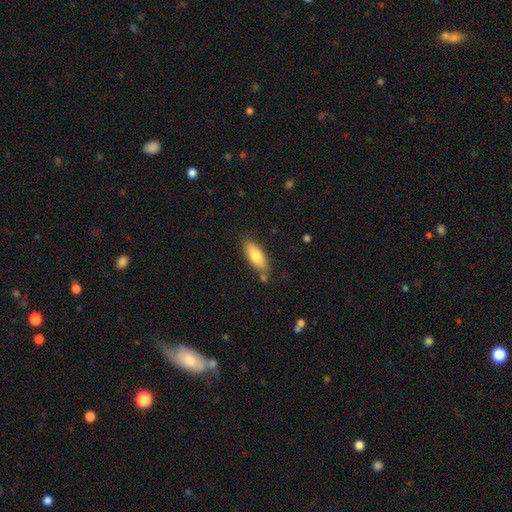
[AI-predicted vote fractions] Smooth or featured: smooth — 78% (featured or disk — 15%)
How rounded: in between — 76% (cigar-shaped — 22%)
Merging: none — 76% (minor disturbance — 15%)